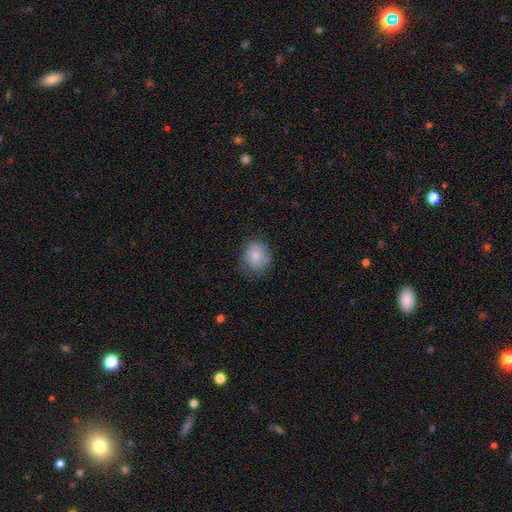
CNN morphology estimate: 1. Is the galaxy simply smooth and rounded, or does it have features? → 67% smooth, 26% featured or disk, 7% star or artifact.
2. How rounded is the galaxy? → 66% round, 33% in between, 1% cigar-shaped.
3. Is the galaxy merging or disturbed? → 63% none, 26% minor disturbance, 9% major disturbance, 1% merger.